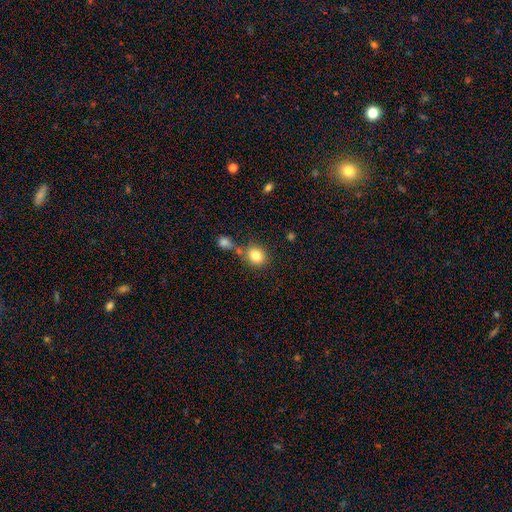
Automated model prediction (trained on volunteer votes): Smooth or featured? Predicted: smooth (p=0.83). How rounded? Predicted: round (p=0.74). Merging? Predicted: none (p=0.67).